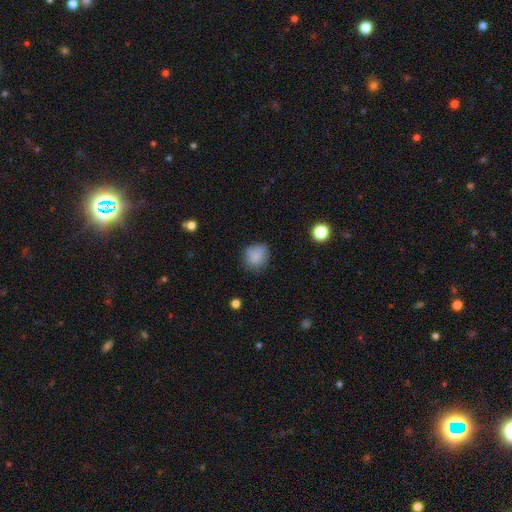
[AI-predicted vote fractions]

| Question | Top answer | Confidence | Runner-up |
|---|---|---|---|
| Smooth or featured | smooth | 82% | star or artifact (10%) |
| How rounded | round | 74% | in between (25%) |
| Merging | none | 69% | minor disturbance (22%) |